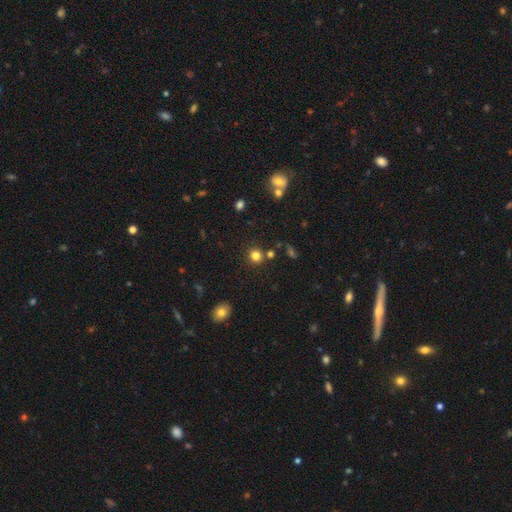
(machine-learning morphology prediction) smooth 80%, star or artifact 14%, featured or disk 6%. Down the decision tree: how rounded — round (92%); merging — none (84%).